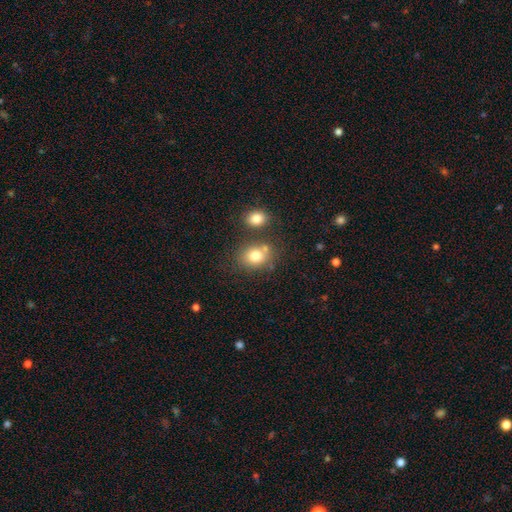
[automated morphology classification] smooth-or-featured: smooth: 78% | featured or disk: 11% | star or artifact: 11%
  how-rounded: round: 53% | in between: 46% | cigar-shaped: 1%
  merging: none: 59% | merger: 23% | minor disturbance: 13% | major disturbance: 5%